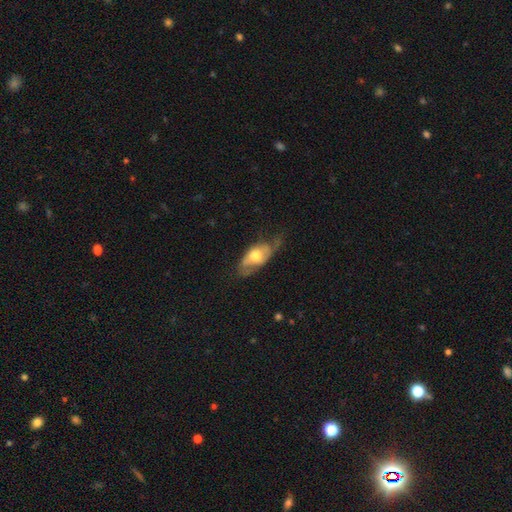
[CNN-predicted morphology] smooth_or_featured: smooth (p=0.48) [alt: featured or disk p=0.46]
merging: none (p=0.39) [alt: minor disturbance p=0.34]